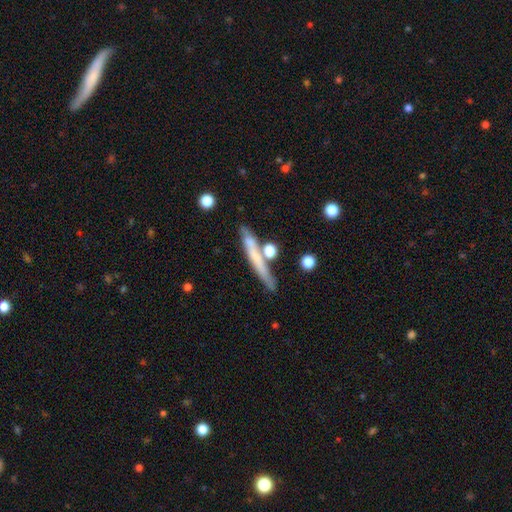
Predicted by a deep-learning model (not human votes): smooth-or-featured: smooth: 54% | featured or disk: 38% | star or artifact: 8%
  how-rounded: cigar-shaped: 92% | in between: 5% | round: 3%
  merging: none: 69% | merger: 14% | minor disturbance: 13% | major disturbance: 4%